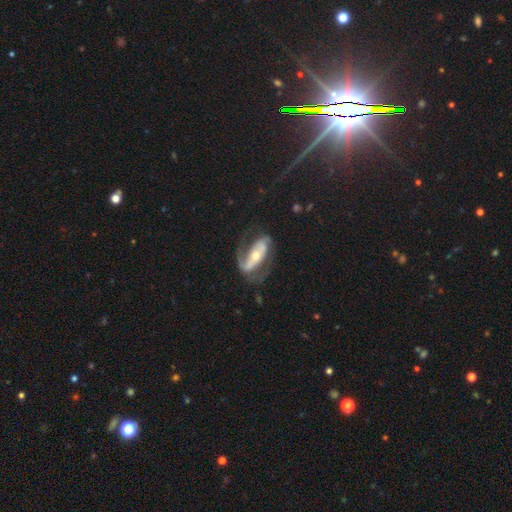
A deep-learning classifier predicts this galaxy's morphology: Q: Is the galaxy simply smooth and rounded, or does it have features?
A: featured or disk — 83%.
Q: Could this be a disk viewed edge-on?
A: no — 92%.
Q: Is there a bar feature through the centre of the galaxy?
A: strong — 49%.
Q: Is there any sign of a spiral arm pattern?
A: yes — 91%.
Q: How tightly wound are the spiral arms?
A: medium — 43%.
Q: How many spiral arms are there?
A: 2 — 79%.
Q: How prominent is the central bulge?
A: moderate — 58%.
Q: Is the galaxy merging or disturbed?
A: none — 61%.